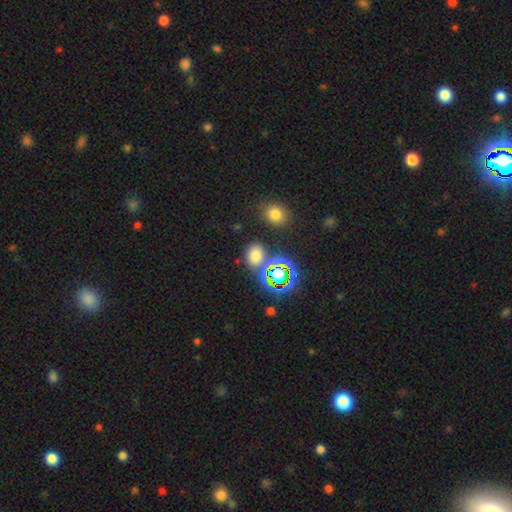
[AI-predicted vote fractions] Q: Smooth or featured?
A: smooth (65%); runner-up: star or artifact (29%)
Q: How rounded?
A: in between (52%); runner-up: round (46%)
Q: Merging?
A: none (75%); runner-up: minor disturbance (10%)